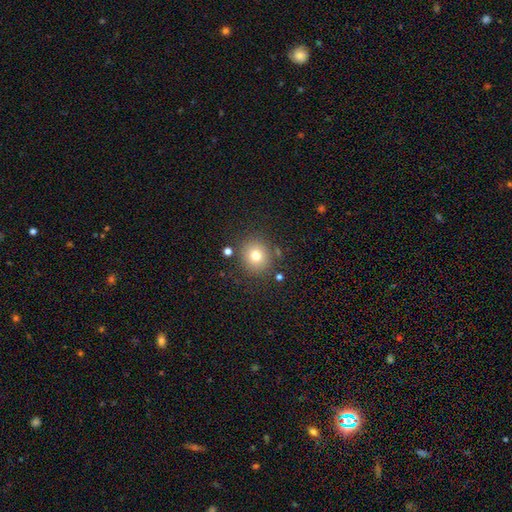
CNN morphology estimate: Smooth or featured?
  - smooth: 76% *
  - star or artifact: 14%
  - featured or disk: 10%
How rounded?
  - round: 85% *
  - in between: 14%
  - cigar-shaped: 1%
Merging?
  - none: 84% *
  - minor disturbance: 9%
  - merger: 4%
  - major disturbance: 3%